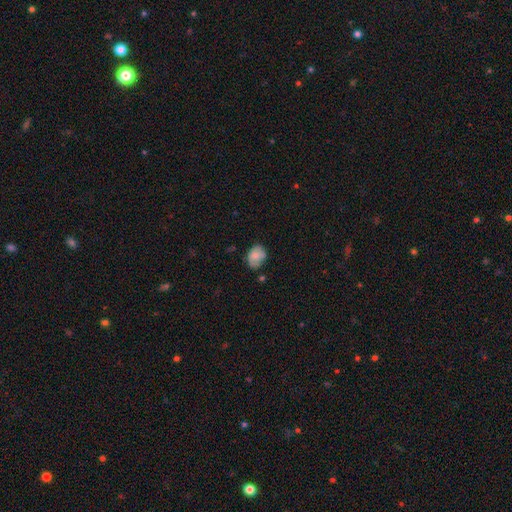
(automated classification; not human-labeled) Overall: smooth (72%). How rounded: in between (67%; round 31%). Merging: none (62%; minor disturbance 28%).